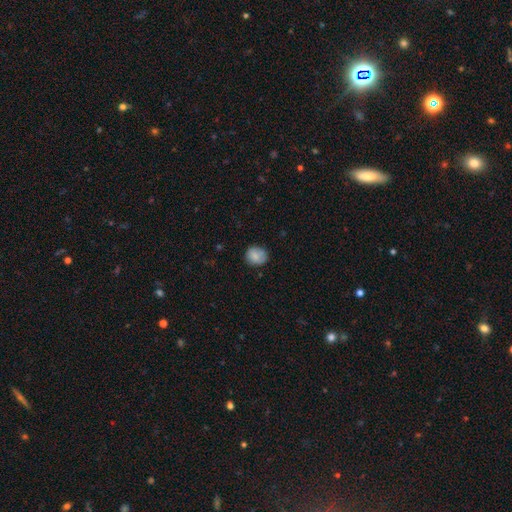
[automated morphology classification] smooth 78%, featured or disk 14%, star or artifact 8%. Down the decision tree: how rounded — round (76%); merging — none (74%).